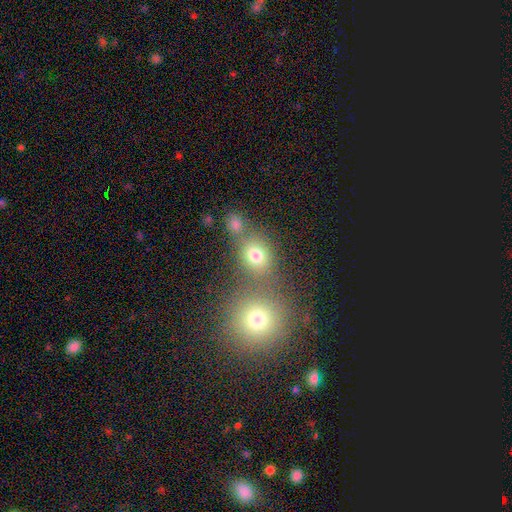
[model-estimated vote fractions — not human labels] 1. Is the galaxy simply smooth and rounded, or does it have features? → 75% smooth, 16% star or artifact, 9% featured or disk.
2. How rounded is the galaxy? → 61% round, 37% in between, 2% cigar-shaped.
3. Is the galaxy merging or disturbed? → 52% none, 34% merger, 9% minor disturbance, 5% major disturbance.